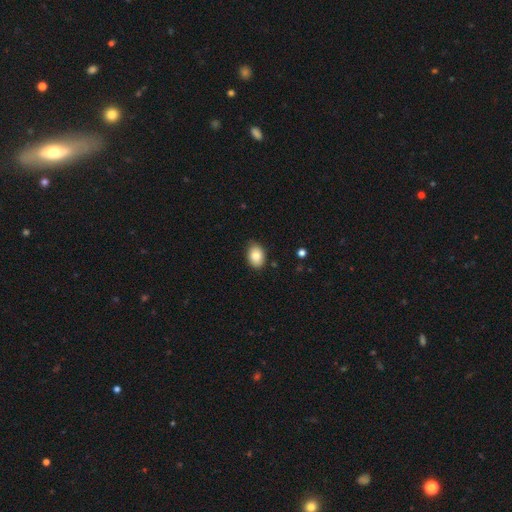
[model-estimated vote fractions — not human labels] smooth-or-featured: smooth: 84% | featured or disk: 8% | star or artifact: 8%
  how-rounded: in between: 80% | round: 19% | cigar-shaped: 1%
  merging: none: 83% | minor disturbance: 14% | major disturbance: 2% | merger: 1%